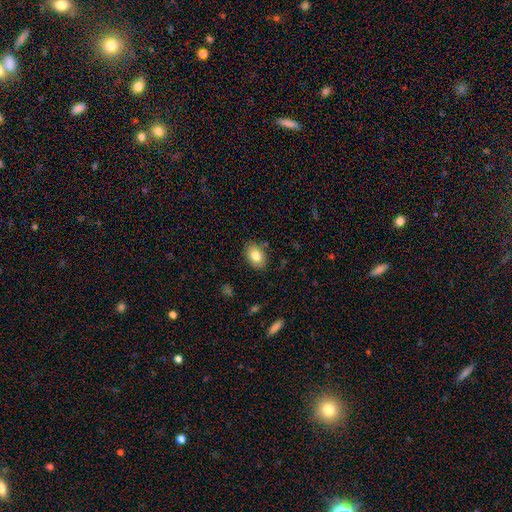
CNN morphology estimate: A smooth galaxy with no disk features (82%) that is in between round and cigar-shaped (83%). Merging: none (85%).